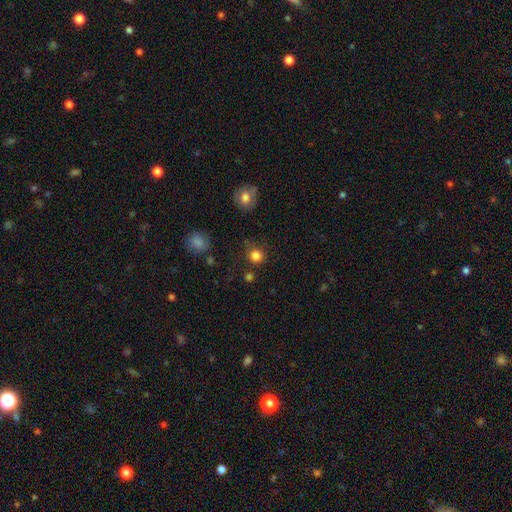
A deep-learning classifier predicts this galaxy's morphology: smooth-or-featured: smooth: 82% | star or artifact: 14% | featured or disk: 5%
  how-rounded: round: 91% | in between: 8% | cigar-shaped: 1%
  merging: none: 79% | minor disturbance: 12% | major disturbance: 4% | merger: 4%